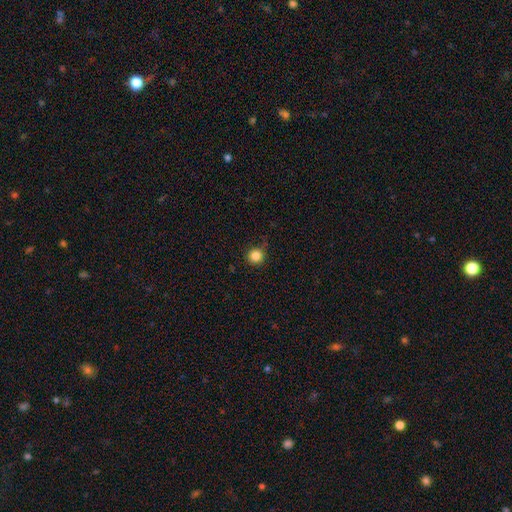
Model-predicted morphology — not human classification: type=smooth (84%); roundness=round (95%); merging=none (82%).